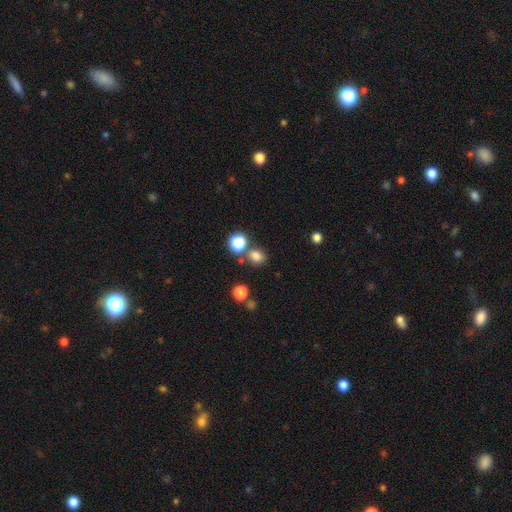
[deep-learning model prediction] Smooth or featured? smooth (78%)
How rounded? round (74%)
Merging? none (71%)